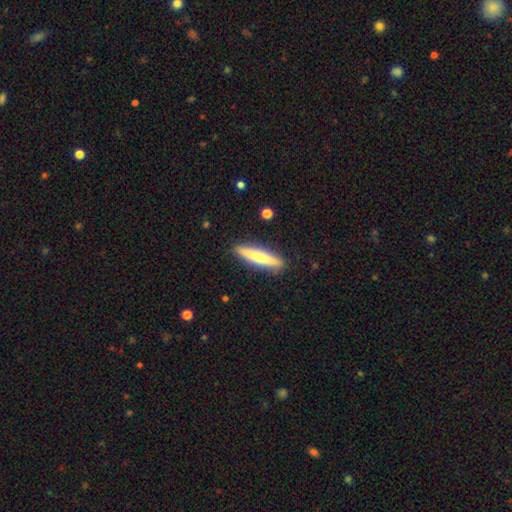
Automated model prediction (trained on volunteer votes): smooth-or-featured: smooth: 60% | featured or disk: 35% | star or artifact: 6%
  how-rounded: cigar-shaped: 88% | in between: 10% | round: 1%
  merging: none: 90% | minor disturbance: 7% | major disturbance: 2% | merger: 1%